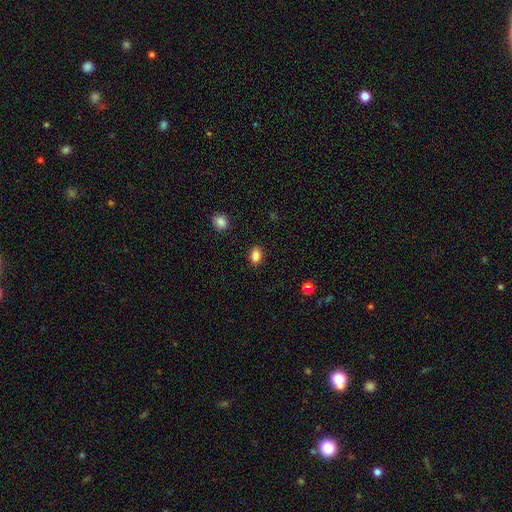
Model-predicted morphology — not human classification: Q: Smooth or featured?
A: smooth (87%); runner-up: star or artifact (10%)
Q: How rounded?
A: in between (79%); runner-up: round (19%)
Q: Merging?
A: none (88%); runner-up: minor disturbance (8%)